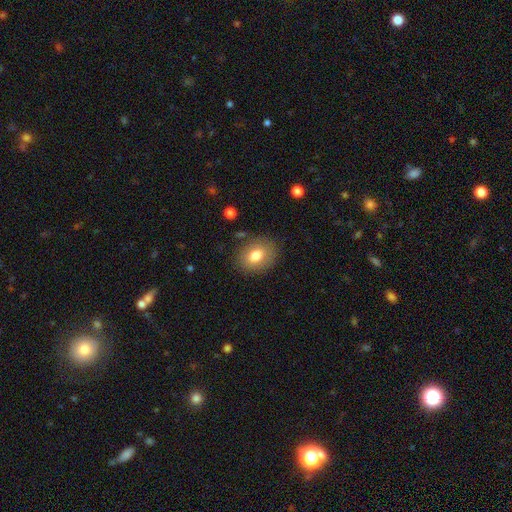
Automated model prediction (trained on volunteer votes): Smooth or featured: smooth — 77% (featured or disk — 14%)
How rounded: in between — 59% (round — 40%)
Merging: none — 83% (minor disturbance — 11%)